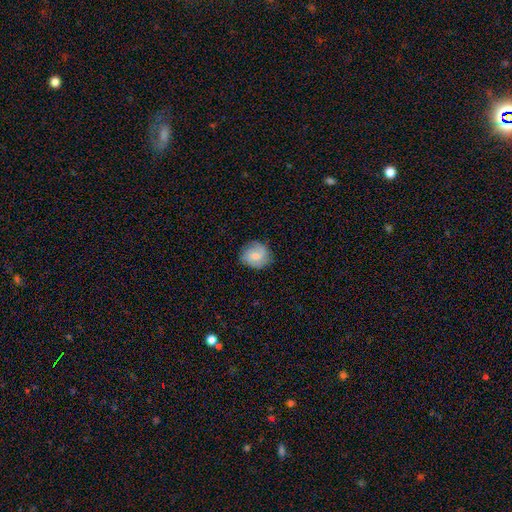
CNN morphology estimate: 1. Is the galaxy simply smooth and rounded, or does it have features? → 63% smooth, 30% featured or disk, 7% star or artifact.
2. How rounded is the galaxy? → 81% round, 18% in between, 1% cigar-shaped.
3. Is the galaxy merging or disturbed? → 79% none, 16% minor disturbance, 4% major disturbance, 1% merger.